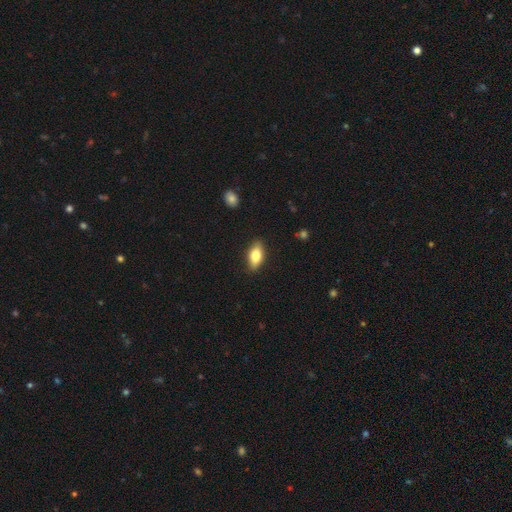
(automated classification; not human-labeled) This is likely a smooth galaxy (77%). How rounded: clearly in between (86%). Merging: clearly none (87%).